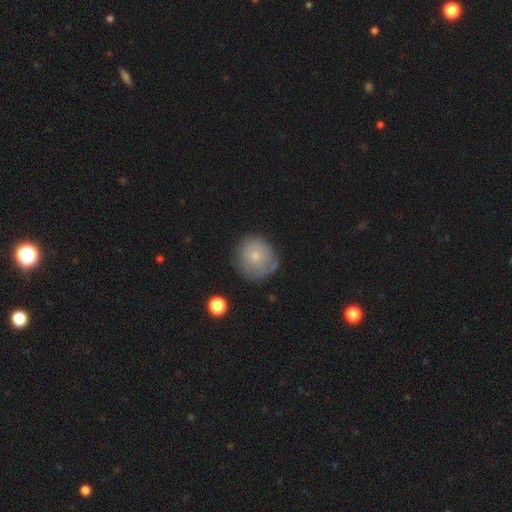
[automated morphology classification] smooth_or_featured: smooth (p=0.58) [alt: featured or disk p=0.33]
how_rounded: round (p=0.86) [alt: in between p=0.13]
merging: none (p=0.65) [alt: minor disturbance p=0.24]